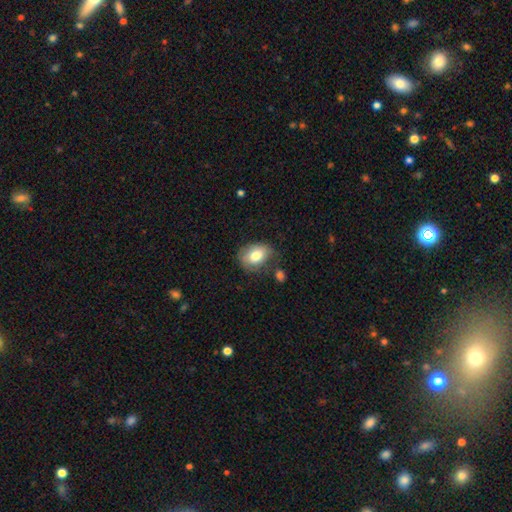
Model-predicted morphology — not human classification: A smooth galaxy with no disk features (77%) that is in between round and cigar-shaped (71%). Merging: none (61%).